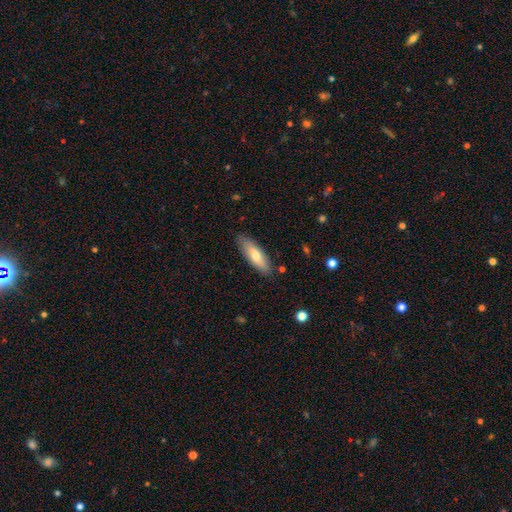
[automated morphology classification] Overall: smooth (70%). How rounded: in between (51%; cigar-shaped 47%). Merging: none (85%).